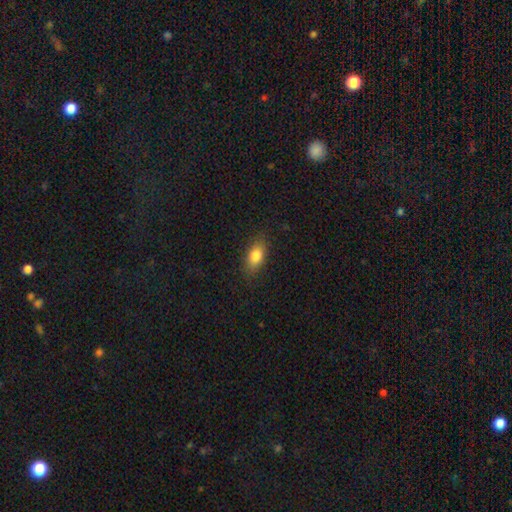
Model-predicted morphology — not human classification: A smooth galaxy with no disk features (81%) that is in between round and cigar-shaped (84%).

Vote fractions:
- Smooth or featured? smooth: 81% / featured or disk: 11% / star or artifact: 8%
- How rounded? in between: 84% / cigar-shaped: 8% / round: 8%
- Merging? none: 84% / minor disturbance: 12% / major disturbance: 3% / merger: 1%